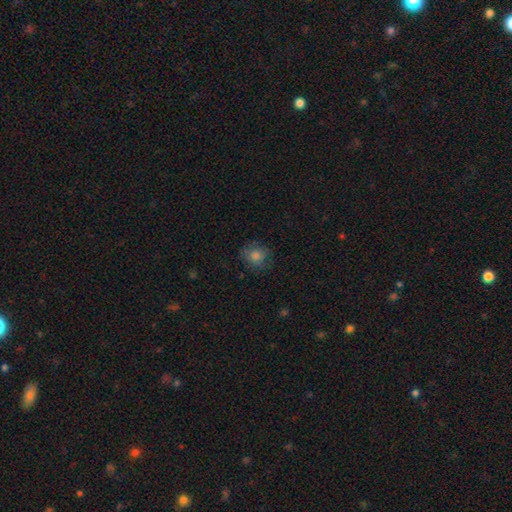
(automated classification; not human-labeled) Smooth or featured? Predicted: smooth (p=0.79). How rounded? Predicted: round (p=0.80). Merging? Predicted: none (p=0.78).